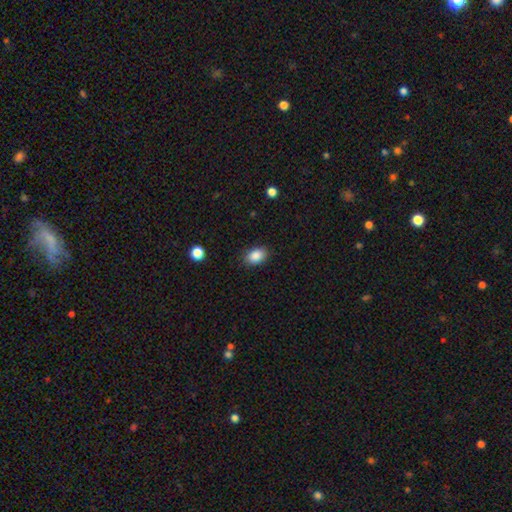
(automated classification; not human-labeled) Smooth or featured?
  - smooth: 88% *
  - star or artifact: 8%
  - featured or disk: 4%
How rounded?
  - in between: 80% *
  - round: 18%
  - cigar-shaped: 1%
Merging?
  - none: 86% *
  - minor disturbance: 11%
  - major disturbance: 3%
  - merger: 1%